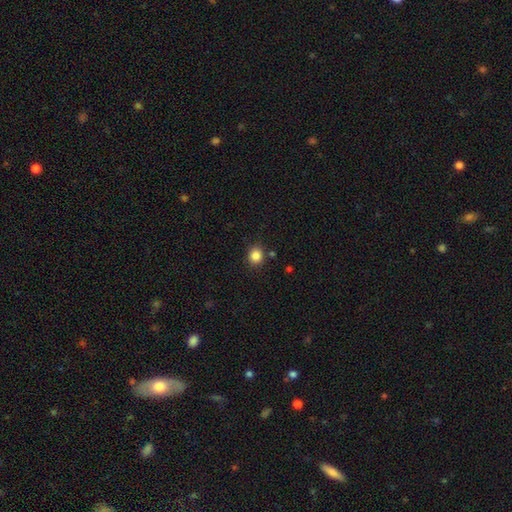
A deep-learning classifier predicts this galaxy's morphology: Q: Smooth or featured?
A: smooth (85%); runner-up: star or artifact (11%)
Q: How rounded?
A: round (81%); runner-up: in between (19%)
Q: Merging?
A: none (85%); runner-up: minor disturbance (9%)